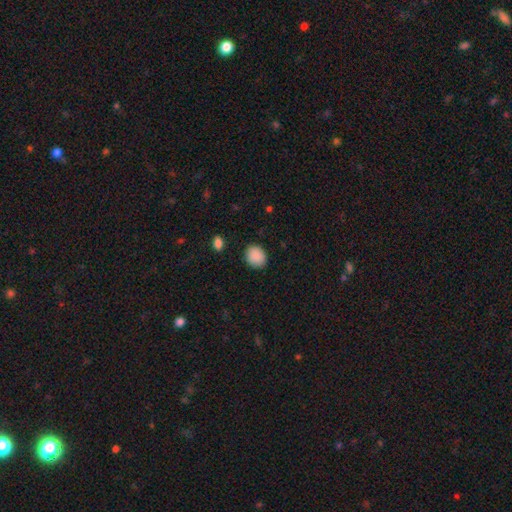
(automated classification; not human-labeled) smooth 90%, star or artifact 8%, featured or disk 3%. Down the decision tree: how rounded — round (63%); merging — none (87%).